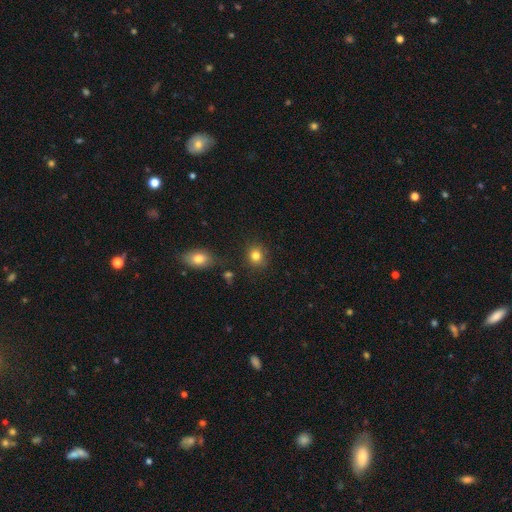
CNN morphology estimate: Smooth or featured? Predicted: smooth (p=0.83). How rounded? Predicted: round (p=0.75). Merging? Predicted: none (p=0.81).